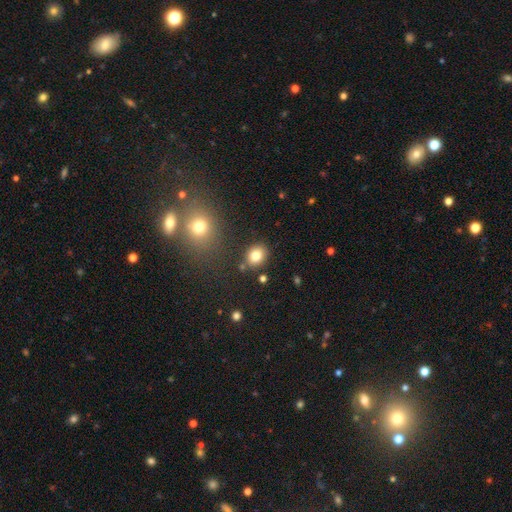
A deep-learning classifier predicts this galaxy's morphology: This appears to be a smooth galaxy with no disk features (81%) that is round (56%). Merging: none (82%).